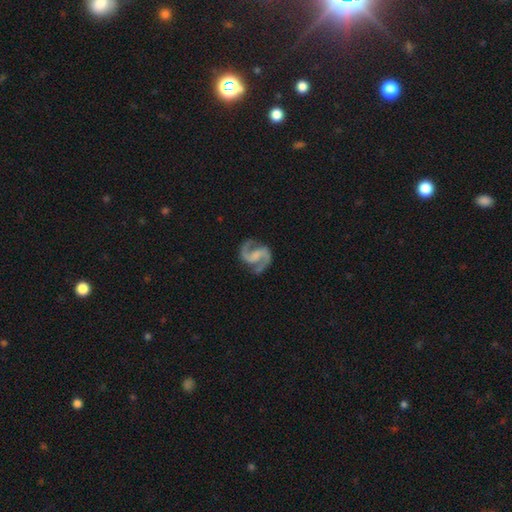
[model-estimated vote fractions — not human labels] A featured or disk galaxy (92%) with a weak bar (45%), 2 (94%) medium (63%) spiral arms (98%) and no central bulge (53%). Merging: none (80%).